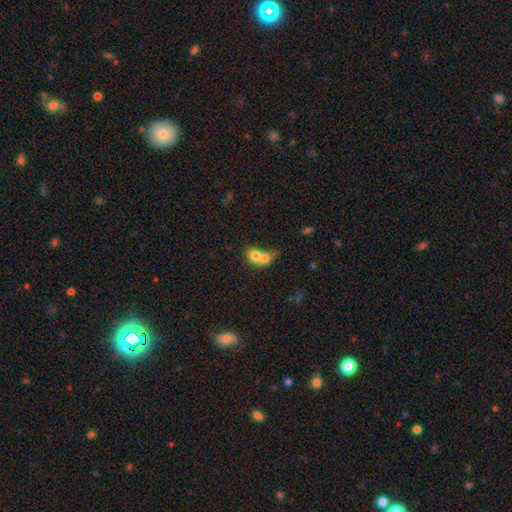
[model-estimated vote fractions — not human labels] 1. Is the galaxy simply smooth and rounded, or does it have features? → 72% smooth, 19% featured or disk, 9% star or artifact.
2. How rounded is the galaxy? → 51% in between, 48% round, 1% cigar-shaped.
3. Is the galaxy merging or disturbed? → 74% merger, 16% none, 6% minor disturbance, 4% major disturbance.